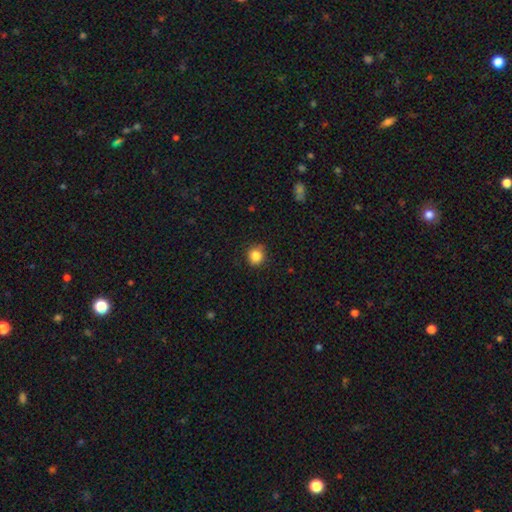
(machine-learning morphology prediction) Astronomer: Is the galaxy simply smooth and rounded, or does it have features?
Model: smooth — 85%.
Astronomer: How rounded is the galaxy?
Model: round — 87%.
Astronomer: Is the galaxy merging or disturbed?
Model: none — 86%.